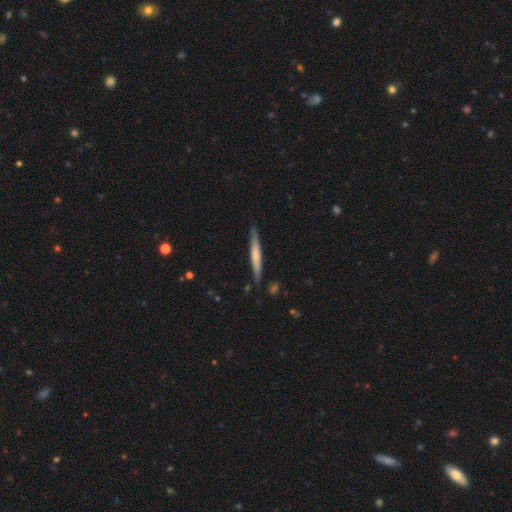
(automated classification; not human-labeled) Morphology: type=smooth (54%); roundness=cigar-shaped (96%); merging=none (85%).